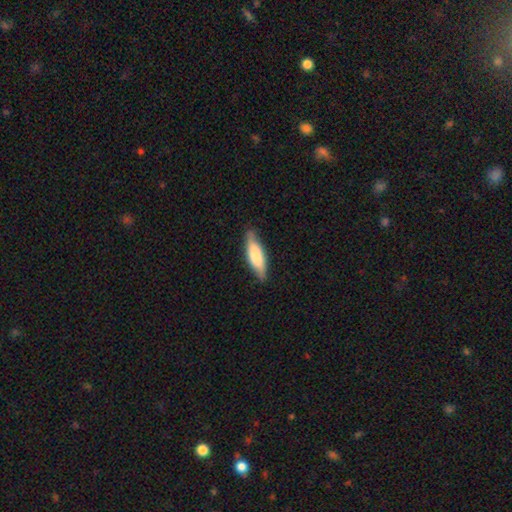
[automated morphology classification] Smooth or featured? Predicted: smooth (p=0.67). How rounded? Predicted: cigar-shaped (p=0.56). Merging? Predicted: none (p=0.80).